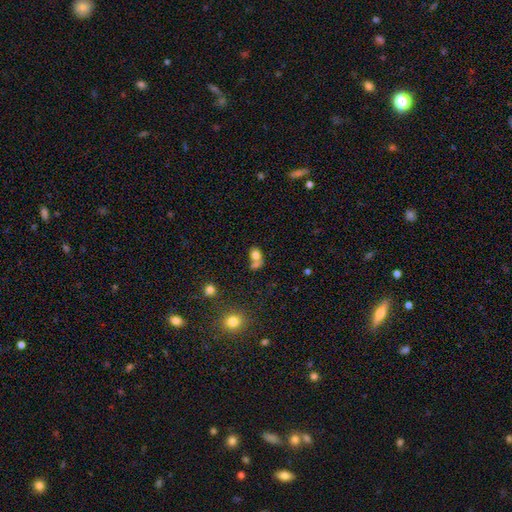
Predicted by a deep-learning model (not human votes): smooth-or-featured: smooth: 76% | featured or disk: 13% | star or artifact: 11%
  how-rounded: in between: 56% | round: 42% | cigar-shaped: 2%
  merging: merger: 49% | none: 32% | minor disturbance: 11% | major disturbance: 8%